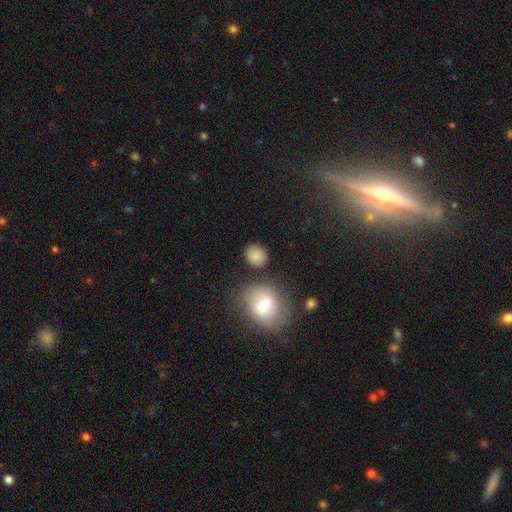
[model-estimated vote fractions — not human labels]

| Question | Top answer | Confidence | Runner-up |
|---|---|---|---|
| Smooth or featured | smooth | 86% | star or artifact (9%) |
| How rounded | round | 67% | in between (31%) |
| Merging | none | 80% | minor disturbance (11%) |